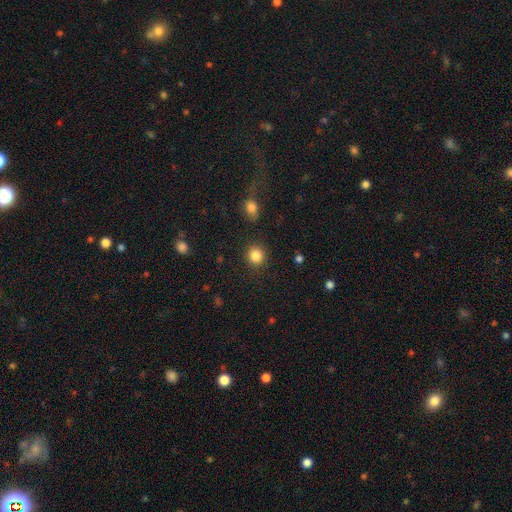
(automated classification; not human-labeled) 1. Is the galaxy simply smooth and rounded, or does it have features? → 85% smooth, 11% star or artifact, 4% featured or disk.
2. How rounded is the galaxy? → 87% round, 12% in between, 1% cigar-shaped.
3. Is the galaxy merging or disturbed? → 89% none, 7% minor disturbance, 3% major disturbance, 2% merger.